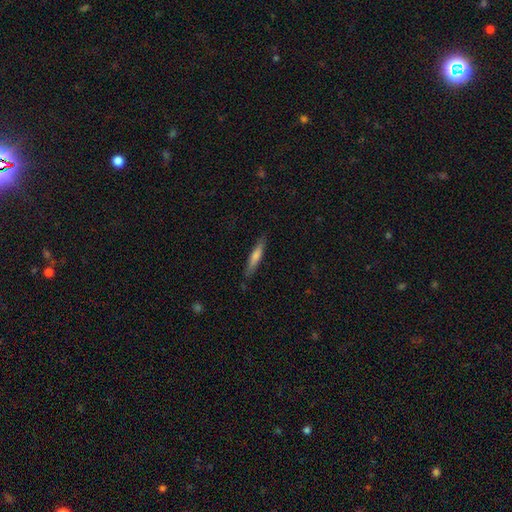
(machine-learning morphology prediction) A smooth galaxy with no disk features (57%) that is cigar-shaped (92%). Merging: none (86%).